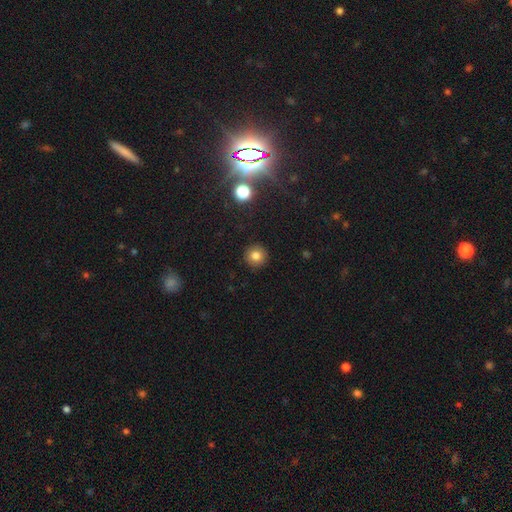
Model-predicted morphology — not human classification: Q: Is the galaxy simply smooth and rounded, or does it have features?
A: smooth — 80%.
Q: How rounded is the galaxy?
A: round — 95%.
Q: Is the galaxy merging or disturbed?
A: none — 92%.